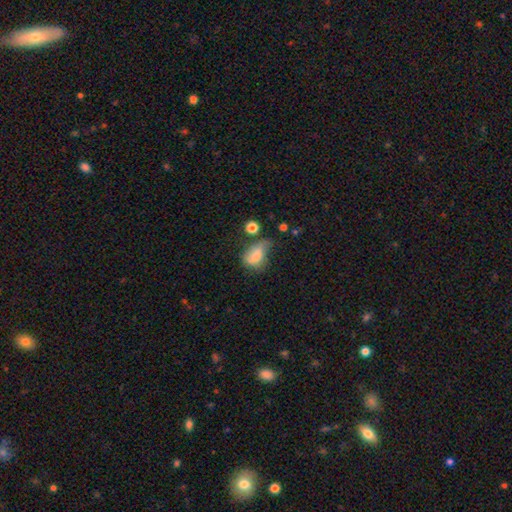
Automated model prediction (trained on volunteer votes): smooth_or_featured: smooth (p=0.74) [alt: featured or disk p=0.16]
how_rounded: in between (p=0.84) [alt: round p=0.12]
merging: minor disturbance (p=0.36) [alt: major disturbance p=0.29]